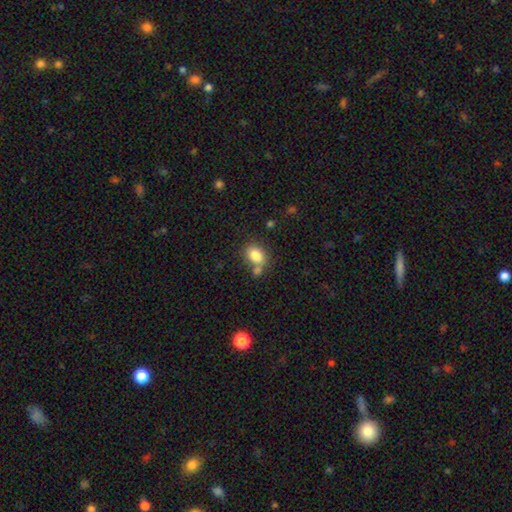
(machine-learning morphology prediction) The model was most divided on "merging": none: 55%, merger: 26%, minor disturbance: 14%, major disturbance: 5%. More confident: smooth or featured — smooth (82%); how rounded — in between (66%).